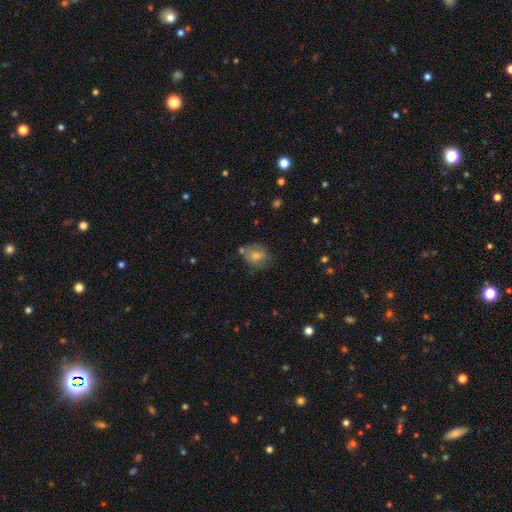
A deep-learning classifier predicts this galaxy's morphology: A smooth galaxy with no disk features (55%) that is round (53%). Merging: none (64%).